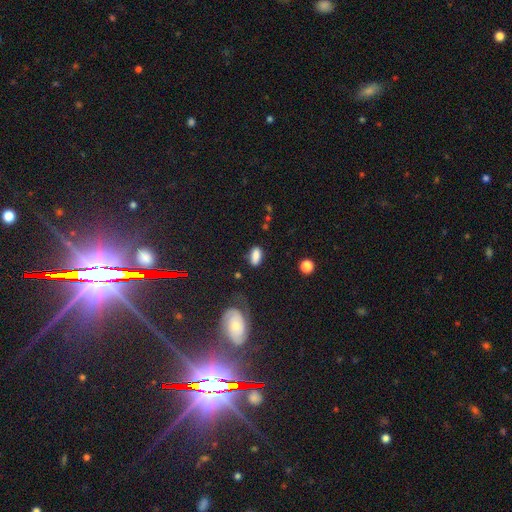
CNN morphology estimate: type=smooth (84%); roundness=in between (89%); merging=none (74%).